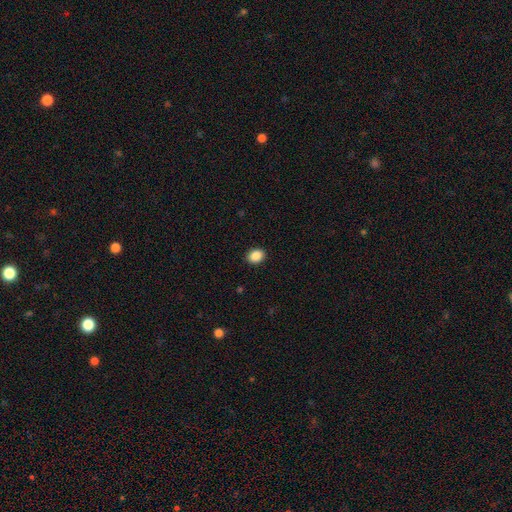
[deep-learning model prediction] Q: Smooth or featured?
A: smooth (89%); runner-up: star or artifact (8%)
Q: How rounded?
A: in between (57%); runner-up: round (42%)
Q: Merging?
A: none (91%); runner-up: minor disturbance (6%)